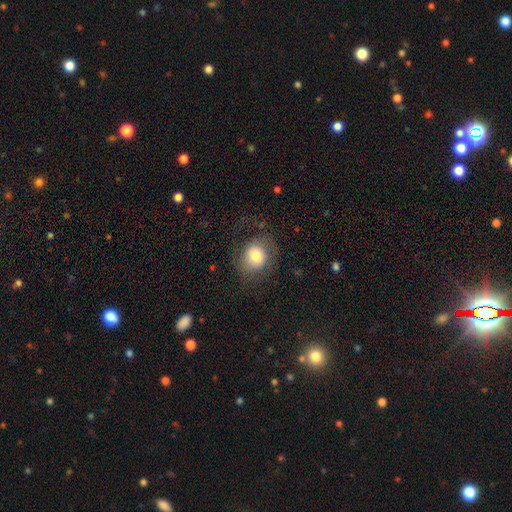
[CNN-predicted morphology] The model was most divided on "how rounded": round: 68%, in between: 31%, cigar-shaped: 1%. More confident: smooth or featured — smooth (74%); merging — none (70%).